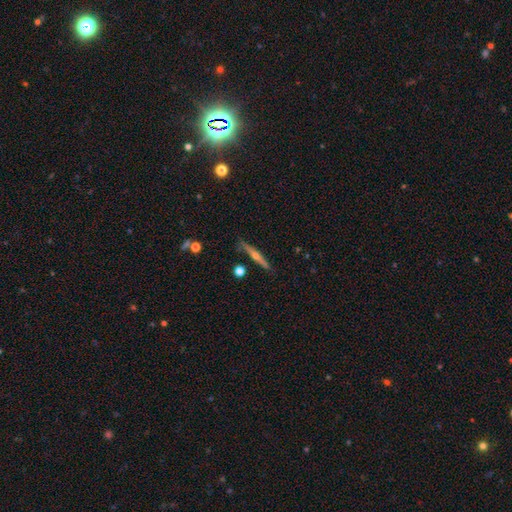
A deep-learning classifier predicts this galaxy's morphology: Smooth or featured?
  - featured or disk: 73% *
  - smooth: 20%
  - star or artifact: 7%
Edge-on disk?
  - yes: 97% *
  - no: 3%
Edge-on bulge?
  - rounded: 89% *
  - none: 8%
  - boxy: 3%
Merging?
  - none: 87% *
  - minor disturbance: 9%
  - merger: 2%
  - major disturbance: 2%